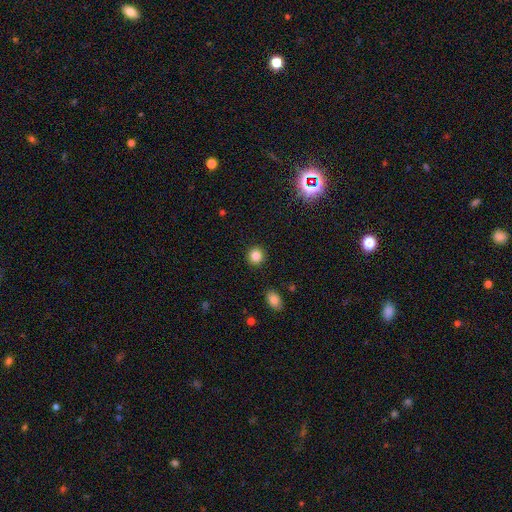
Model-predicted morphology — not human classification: smooth_or_featured: smooth (p=0.85) [alt: star or artifact p=0.11]
how_rounded: round (p=0.91) [alt: in between p=0.08]
merging: none (p=0.91) [alt: minor disturbance p=0.05]